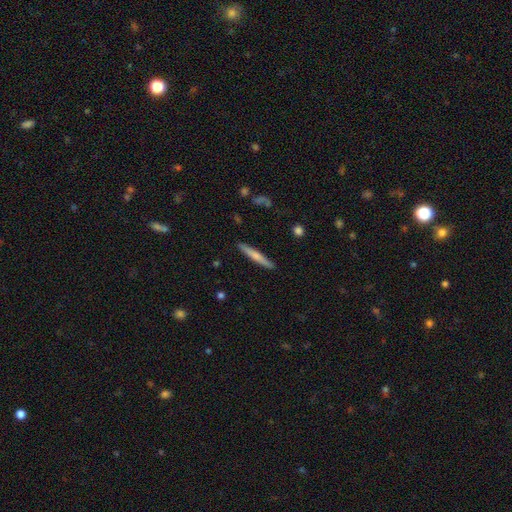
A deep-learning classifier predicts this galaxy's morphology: smooth 58%, featured or disk 37%, star or artifact 5%. Down the decision tree: how rounded — cigar-shaped (95%); merging — none (91%).